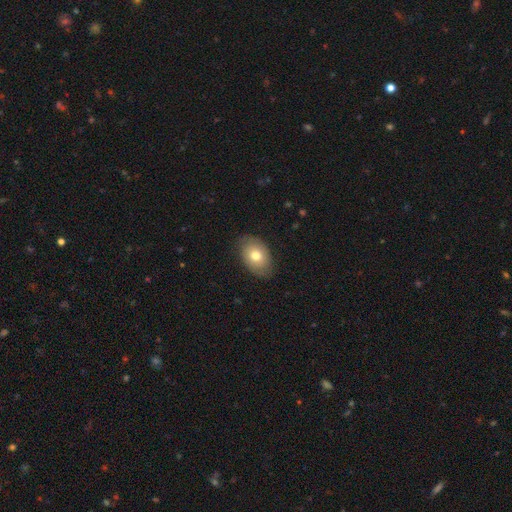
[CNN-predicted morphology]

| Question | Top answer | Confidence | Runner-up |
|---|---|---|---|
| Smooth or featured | smooth | 70% | featured or disk (23%) |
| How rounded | in between | 83% | round (16%) |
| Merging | none | 78% | minor disturbance (18%) |